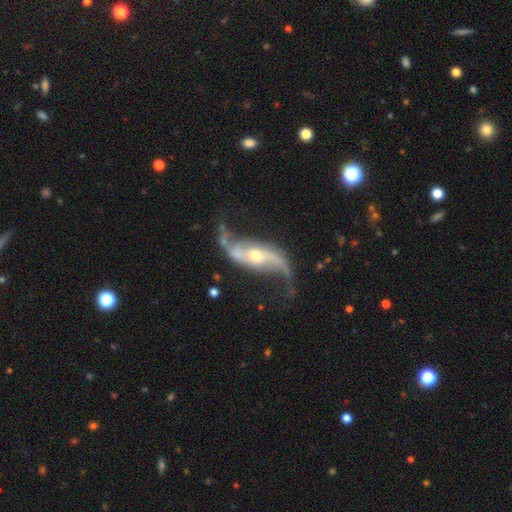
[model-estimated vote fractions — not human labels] Smooth or featured? Predicted: featured or disk (p=0.91). Edge-on disk? Predicted: no (p=0.93). Bar? Predicted: no (p=0.42). Spiral arms? Predicted: yes (p=0.97). Spiral winding? Predicted: loose (p=0.84). Spiral arm count? Predicted: 2 (p=0.94). Bulge size? Predicted: moderate (p=0.52). Merging? Predicted: none (p=0.69).